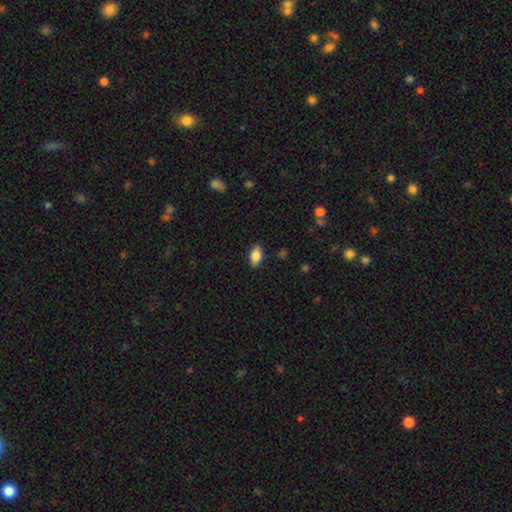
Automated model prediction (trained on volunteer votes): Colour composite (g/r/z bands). It shows a smooth galaxy with no disk features (77%) that is in between round and cigar-shaped (89%). Merging: none (87%).